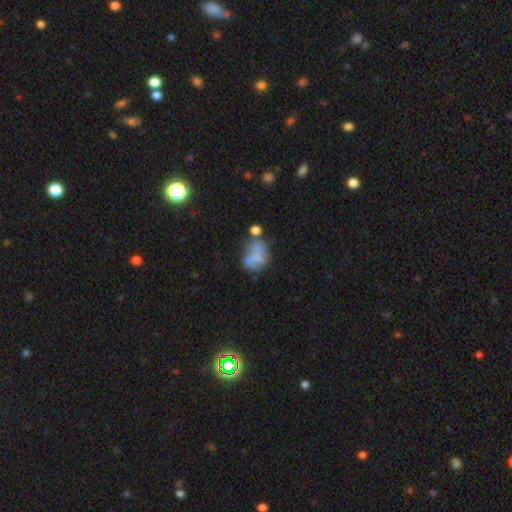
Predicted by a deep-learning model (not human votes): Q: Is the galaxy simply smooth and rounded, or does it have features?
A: smooth — 61%.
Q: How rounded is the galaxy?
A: in between — 70%.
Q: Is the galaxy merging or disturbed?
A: none — 29%.